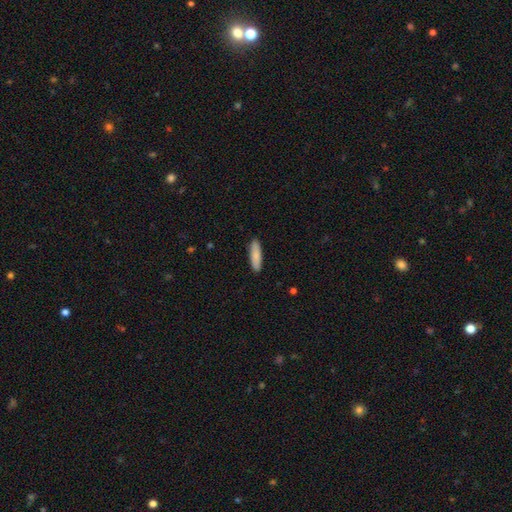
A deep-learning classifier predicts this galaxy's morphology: type=smooth (86%); roundness=cigar-shaped (66%); merging=none (90%).